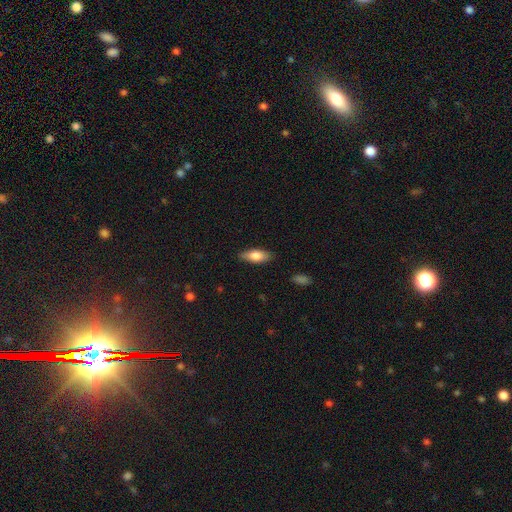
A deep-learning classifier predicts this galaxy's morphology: smooth_or_featured: smooth (p=0.78) [alt: featured or disk p=0.16]
how_rounded: in between (p=0.75) [alt: cigar-shaped p=0.23]
merging: none (p=0.86) [alt: minor disturbance p=0.11]